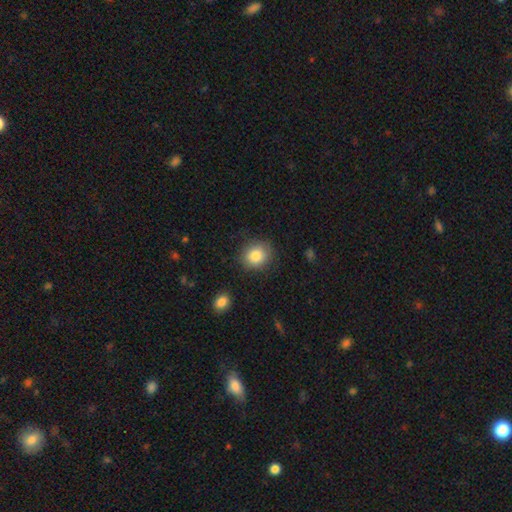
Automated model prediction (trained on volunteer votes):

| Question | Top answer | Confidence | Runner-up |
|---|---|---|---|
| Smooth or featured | smooth | 84% | star or artifact (9%) |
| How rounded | round | 77% | in between (22%) |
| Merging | none | 86% | minor disturbance (10%) |